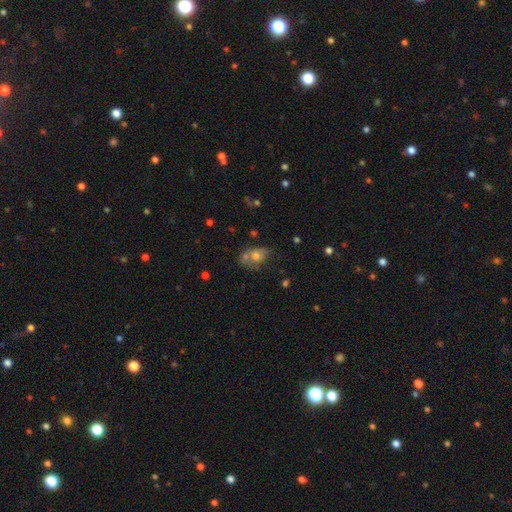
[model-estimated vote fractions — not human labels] Morphology: type=smooth (59%); roundness=in between (66%); merging=none (41%).